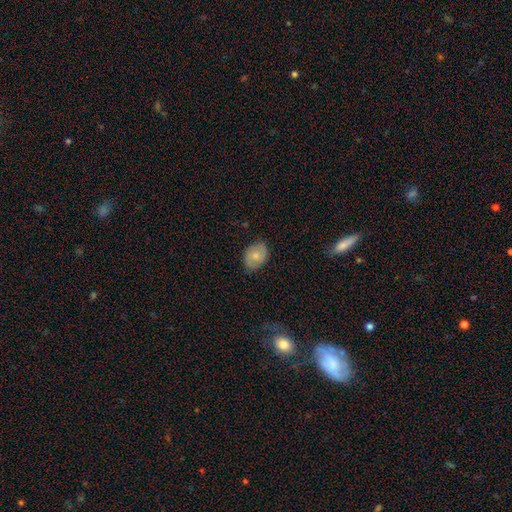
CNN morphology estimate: smooth-or-featured: smooth: 71% | featured or disk: 22% | star or artifact: 7%
  how-rounded: in between: 75% | round: 24% | cigar-shaped: 1%
  merging: none: 78% | minor disturbance: 18% | major disturbance: 3% | merger: 1%